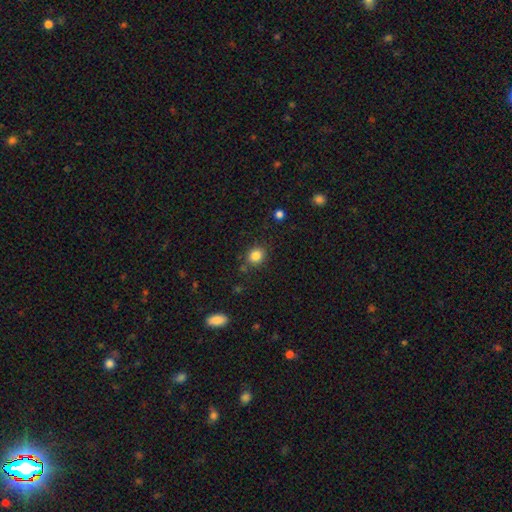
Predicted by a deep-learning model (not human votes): Overall: smooth (84%). How rounded: round (80%). Merging: none (83%).